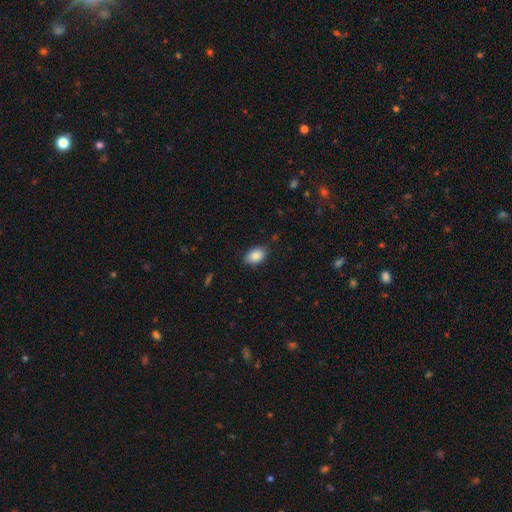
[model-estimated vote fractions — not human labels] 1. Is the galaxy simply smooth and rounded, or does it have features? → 88% smooth, 7% star or artifact, 5% featured or disk.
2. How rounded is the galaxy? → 89% in between, 9% round, 1% cigar-shaped.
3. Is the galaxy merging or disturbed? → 83% none, 13% minor disturbance, 3% major disturbance, 1% merger.